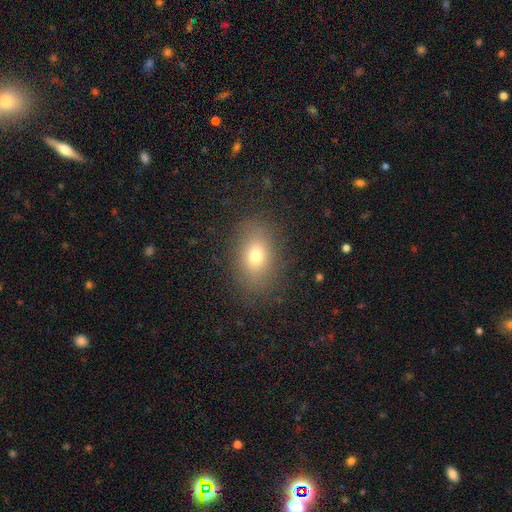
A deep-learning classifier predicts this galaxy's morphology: smooth_or_featured: smooth (p=0.73) [alt: featured or disk p=0.14]
how_rounded: in between (p=0.77) [alt: round p=0.21]
merging: none (p=0.85) [alt: minor disturbance p=0.10]